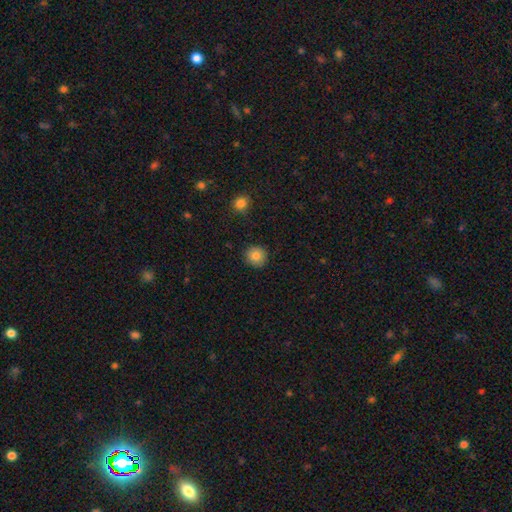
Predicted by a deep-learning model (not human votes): Smooth or featured?
  - smooth: 84% *
  - star or artifact: 9%
  - featured or disk: 6%
How rounded?
  - round: 93% *
  - in between: 6%
  - cigar-shaped: 1%
Merging?
  - none: 90% *
  - minor disturbance: 7%
  - major disturbance: 2%
  - merger: 1%